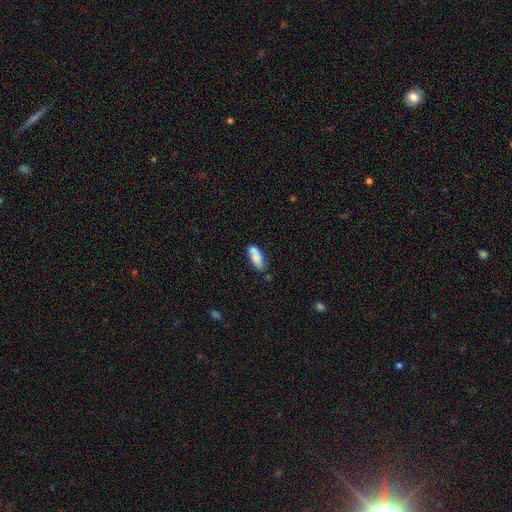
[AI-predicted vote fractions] smooth-or-featured: smooth: 79% | featured or disk: 14% | star or artifact: 7%
  how-rounded: in between: 72% | cigar-shaped: 26% | round: 2%
  merging: none: 58% | minor disturbance: 20% | merger: 18% | major disturbance: 5%